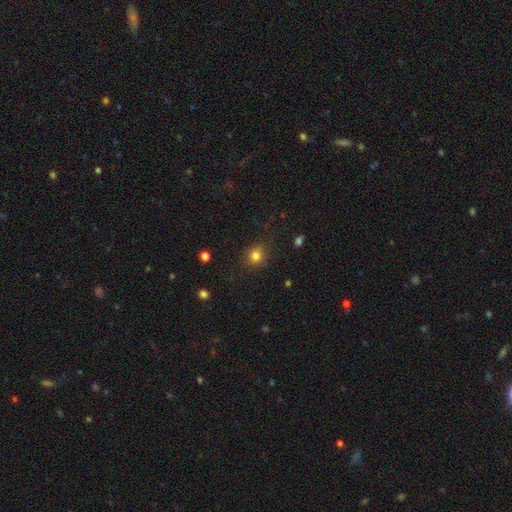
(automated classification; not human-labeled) Morphology: type=smooth (80%); roundness=round (80%); merging=none (79%).